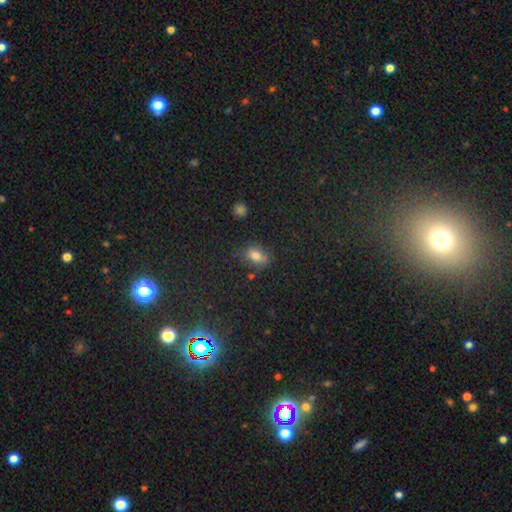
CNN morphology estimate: Smooth or featured? smooth (73%)
How rounded? in between (79%)
Merging? none (71%)